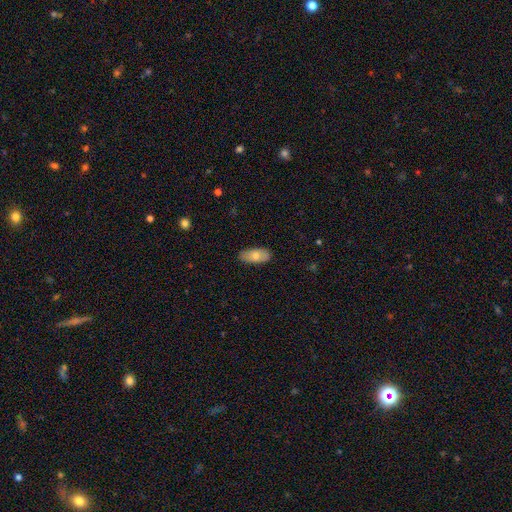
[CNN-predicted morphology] Smooth or featured? Predicted: smooth (p=0.76). How rounded? Predicted: in between (p=0.88). Merging? Predicted: none (p=0.85).